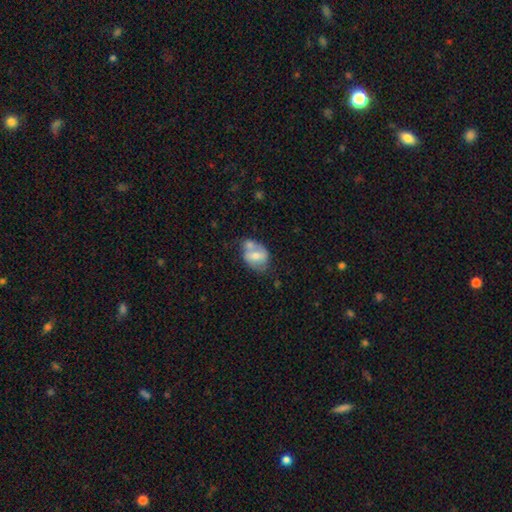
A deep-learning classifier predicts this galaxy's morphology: Smooth or featured? featured or disk (47%)
Merging? none (38%)